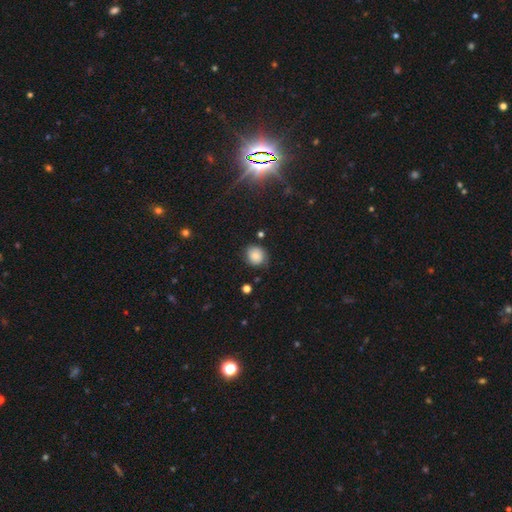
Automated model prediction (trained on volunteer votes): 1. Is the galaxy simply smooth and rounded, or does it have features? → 78% smooth, 11% featured or disk, 10% star or artifact.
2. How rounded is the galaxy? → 80% round, 19% in between, 1% cigar-shaped.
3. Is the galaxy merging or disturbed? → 72% none, 21% minor disturbance, 5% major disturbance, 2% merger.